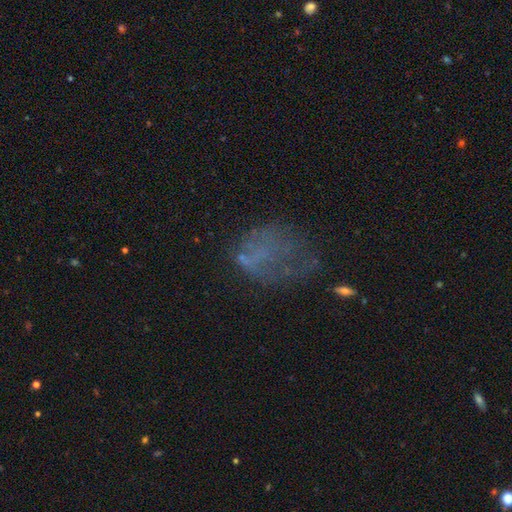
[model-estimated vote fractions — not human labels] Morphology: type=featured or disk (40%); merging=major disturbance (39%).